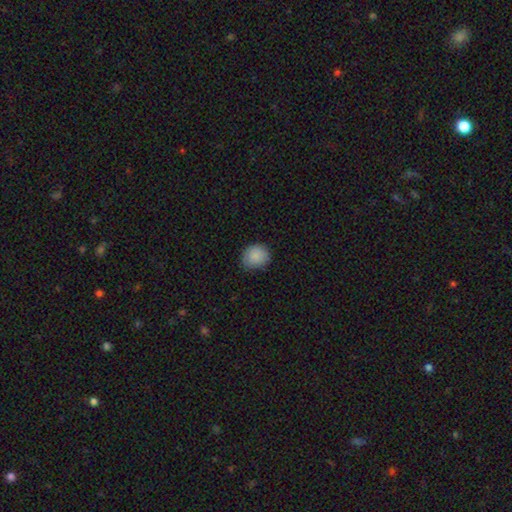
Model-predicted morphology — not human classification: A smooth galaxy with no disk features (86%) that is round (72%). Merging: none (79%).